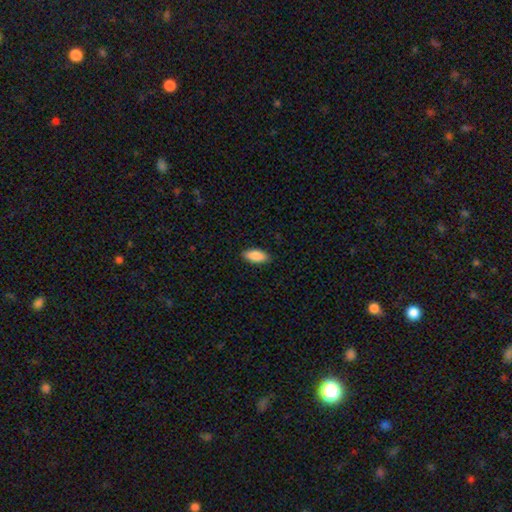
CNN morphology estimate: smooth 88%, star or artifact 6%, featured or disk 6%. Down the decision tree: how rounded — in between (88%); merging — none (87%).